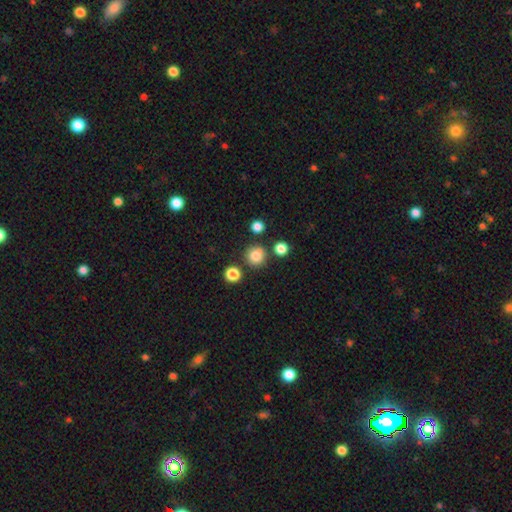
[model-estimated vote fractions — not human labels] This appears to be a smooth galaxy with no disk features (81%) that is round (93%). Merging: none (81%).